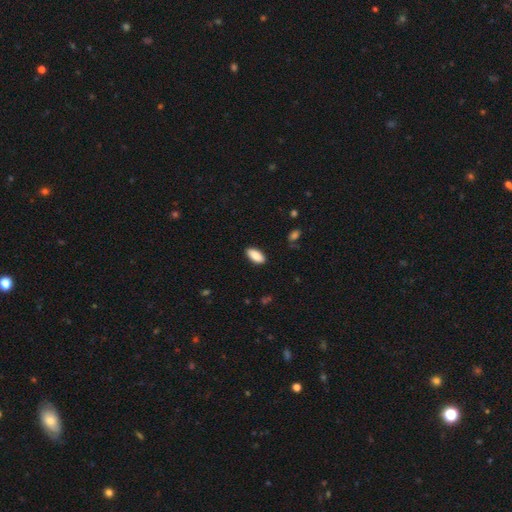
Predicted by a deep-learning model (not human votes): A smooth galaxy with no disk features (88%) that is in between round and cigar-shaped (90%). Merging: none (87%).